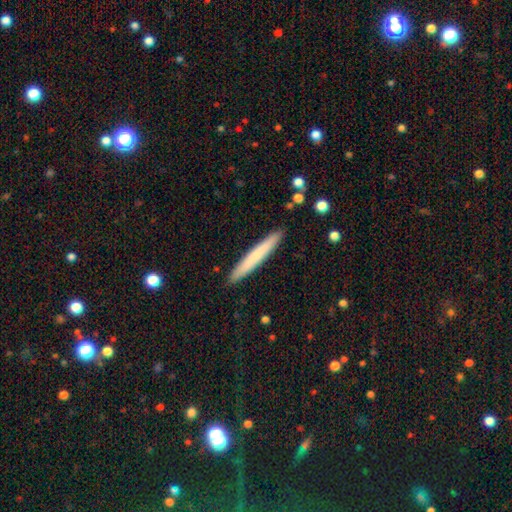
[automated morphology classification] Smooth or featured?
  - smooth: 69% *
  - featured or disk: 25%
  - star or artifact: 5%
How rounded?
  - cigar-shaped: 97% *
  - in between: 2%
  - round: 1%
Merging?
  - none: 92% *
  - minor disturbance: 6%
  - major disturbance: 1%
  - merger: 1%